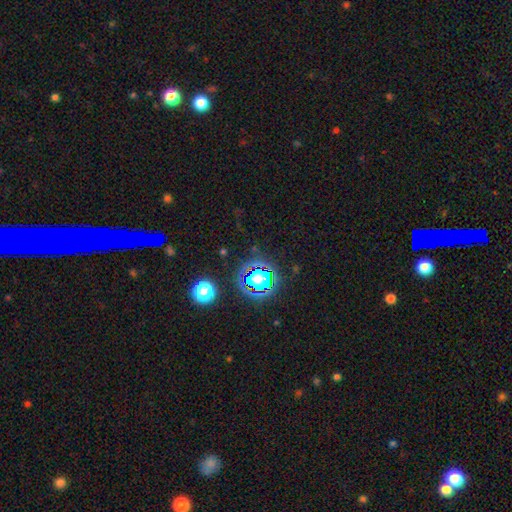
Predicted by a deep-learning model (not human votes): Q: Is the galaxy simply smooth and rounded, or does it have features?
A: star or artifact — 76%.